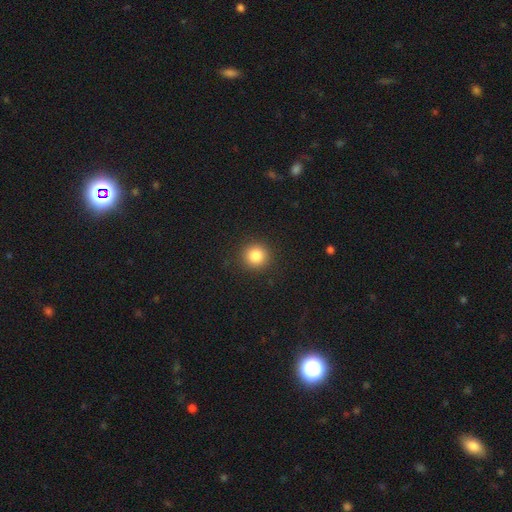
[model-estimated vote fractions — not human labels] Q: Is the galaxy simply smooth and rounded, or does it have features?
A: smooth — 84%.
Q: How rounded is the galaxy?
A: round — 94%.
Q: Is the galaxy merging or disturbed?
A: none — 91%.